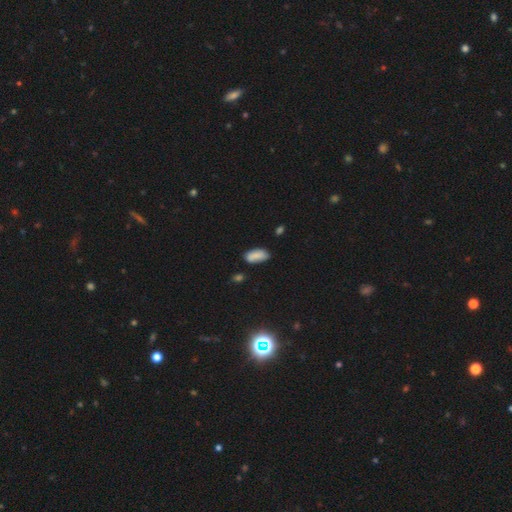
A smooth galaxy with no disk features (85%) that is in between round and cigar-shaped (94%).

Vote fractions:
- Smooth or featured? smooth: 85% / star or artifact: 10% / featured or disk: 5%
- How rounded? in between: 94% / round: 3% / cigar-shaped: 3%
- Merging? none: 74% / minor disturbance: 26% / major disturbance: 0% / merger: 0%